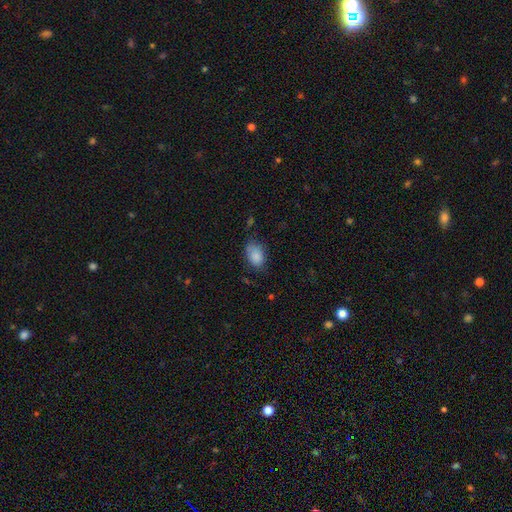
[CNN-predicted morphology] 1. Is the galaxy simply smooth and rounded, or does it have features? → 86% smooth, 8% star or artifact, 6% featured or disk.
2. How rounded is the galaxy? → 86% in between, 13% round, 1% cigar-shaped.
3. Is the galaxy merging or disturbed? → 63% none, 28% minor disturbance, 7% major disturbance, 2% merger.